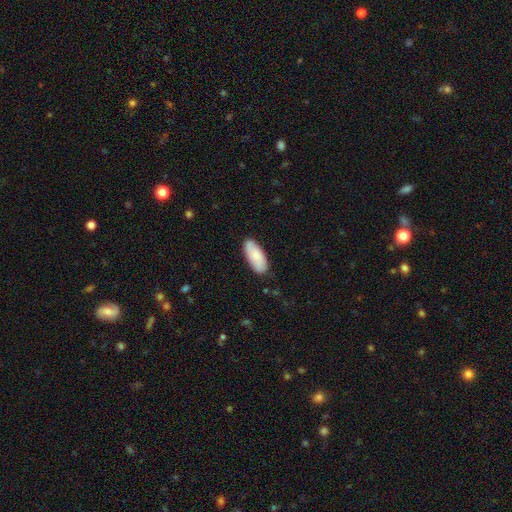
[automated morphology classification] Smooth or featured? Predicted: smooth (p=0.79). How rounded? Predicted: in between (p=0.86). Merging? Predicted: none (p=0.83).